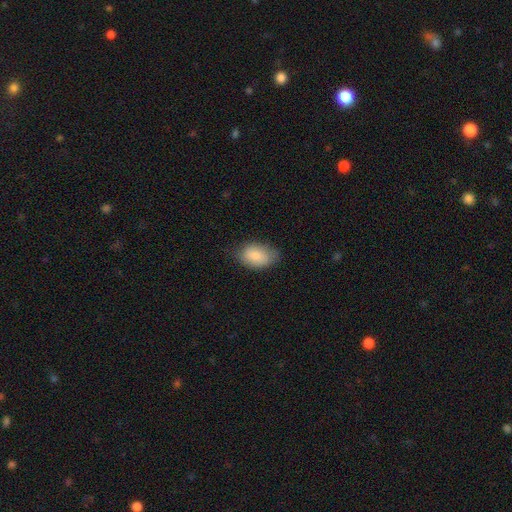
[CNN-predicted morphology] Smooth or featured?
  - smooth: 85% *
  - featured or disk: 8%
  - star or artifact: 7%
How rounded?
  - in between: 89% *
  - round: 10%
  - cigar-shaped: 1%
Merging?
  - none: 70% *
  - minor disturbance: 24%
  - major disturbance: 5%
  - merger: 1%